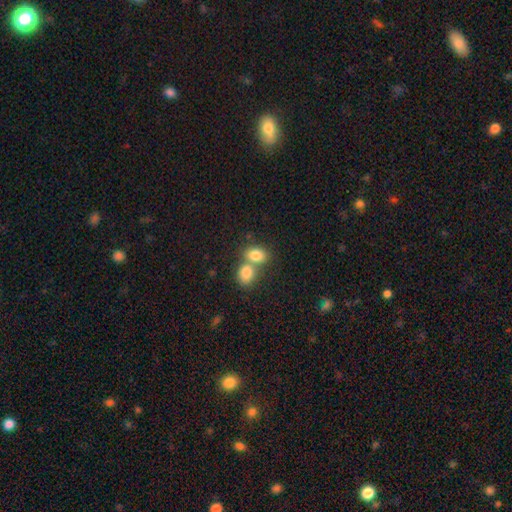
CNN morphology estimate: smooth 82%, featured or disk 9%, star or artifact 9%. Down the decision tree: how rounded — in between (70%); merging — merger (55%).